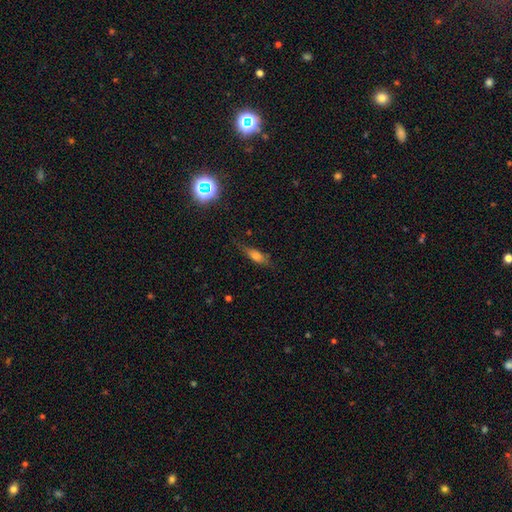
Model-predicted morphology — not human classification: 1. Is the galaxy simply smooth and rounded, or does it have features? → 60% smooth, 26% featured or disk, 14% star or artifact.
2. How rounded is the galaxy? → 52% in between, 44% cigar-shaped, 4% round.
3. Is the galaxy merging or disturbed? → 67% none, 23% minor disturbance, 8% major disturbance, 2% merger.